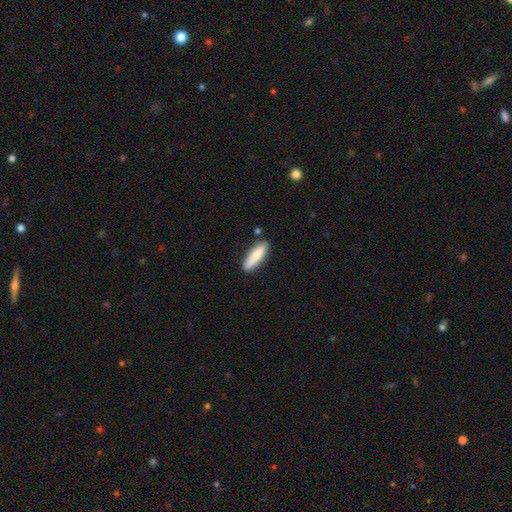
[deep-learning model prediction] Smooth or featured?
  - smooth: 84% *
  - featured or disk: 10%
  - star or artifact: 6%
How rounded?
  - cigar-shaped: 63% *
  - in between: 36%
  - round: 2%
Merging?
  - none: 81% *
  - minor disturbance: 13%
  - merger: 3%
  - major disturbance: 2%